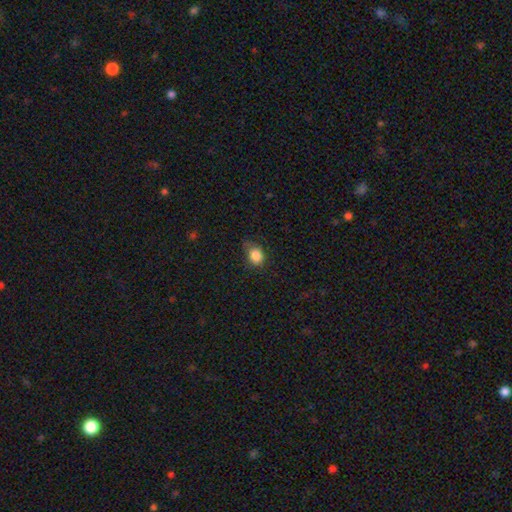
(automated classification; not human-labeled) Overall: smooth (85%). How rounded: round (50%; in between 49%). Merging: none (57%; minor disturbance 32%).